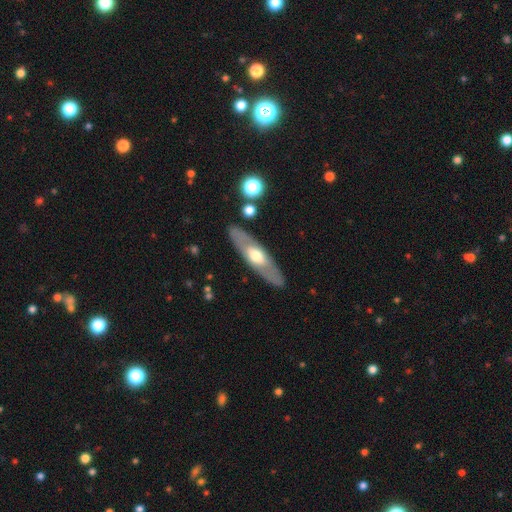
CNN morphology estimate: smooth_or_featured: featured or disk (p=0.58) [alt: smooth p=0.37]
disk_edge_on: yes (p=0.50) [tied with: no p=0.50]
merging: none (p=0.86) [alt: minor disturbance p=0.09]